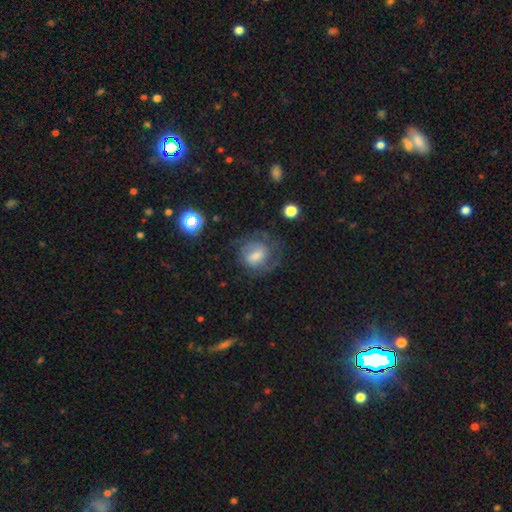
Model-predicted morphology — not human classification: Smooth or featured?
  - featured or disk: 63% *
  - smooth: 26%
  - star or artifact: 11%
Edge-on disk?
  - no: 97% *
  - yes: 3%
Bar?
  - weak: 51% *
  - no: 30%
  - strong: 19%
Spiral arms?
  - yes: 86% *
  - no: 14%
Spiral winding?
  - tight: 49% *
  - medium: 40%
  - loose: 12%
Spiral arm count?
  - 2: 43% *
  - can't tell: 33%
  - 3: 10%
  - 1: 9%
  - 4: 3%
  - more than 4: 3%
Bulge size?
  - moderate: 39% *
  - small: 30%
  - large: 16%
  - none: 12%
  - dominant: 2%
Merging?
  - none: 63% *
  - minor disturbance: 19%
  - major disturbance: 16%
  - merger: 2%